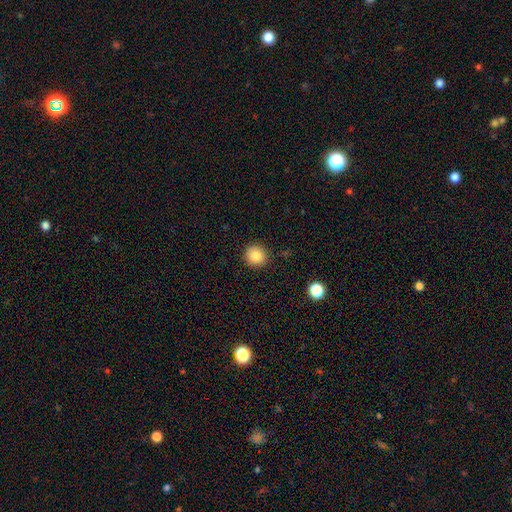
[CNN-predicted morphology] Overall: smooth (87%). How rounded: round (90%). Merging: none (90%).